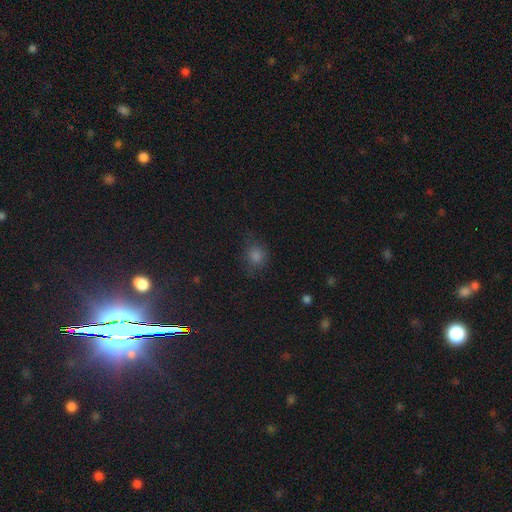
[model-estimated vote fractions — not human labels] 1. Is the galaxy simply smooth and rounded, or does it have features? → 69% smooth, 23% star or artifact, 7% featured or disk.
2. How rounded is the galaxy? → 68% round, 30% in between, 2% cigar-shaped.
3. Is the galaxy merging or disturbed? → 72% none, 20% minor disturbance, 6% major disturbance, 2% merger.